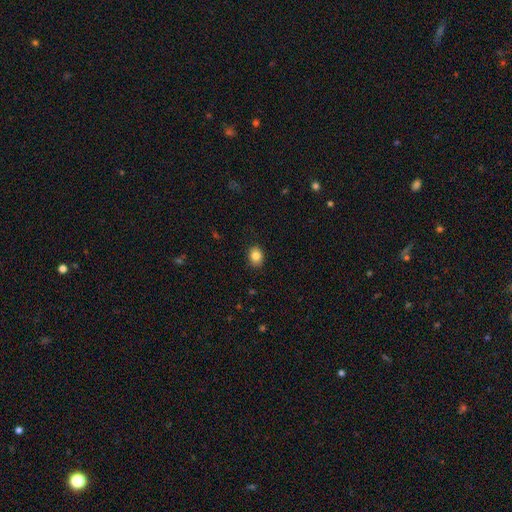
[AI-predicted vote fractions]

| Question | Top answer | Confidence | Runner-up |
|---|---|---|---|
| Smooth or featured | smooth | 85% | star or artifact (9%) |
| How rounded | in between | 57% | round (42%) |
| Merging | none | 88% | minor disturbance (9%) |